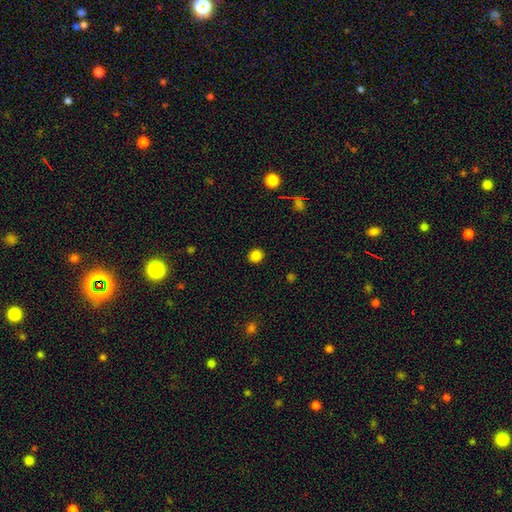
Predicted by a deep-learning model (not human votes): This is clearly a smooth galaxy (84%). How rounded: likely round (79%). Merging: clearly none (90%).